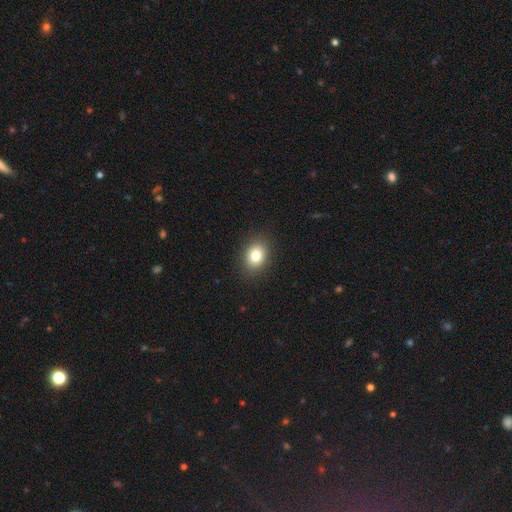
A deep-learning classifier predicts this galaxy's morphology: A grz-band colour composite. It shows a smooth galaxy with no disk features (80%) that is in between round and cigar-shaped (58%). Merging: none (89%).